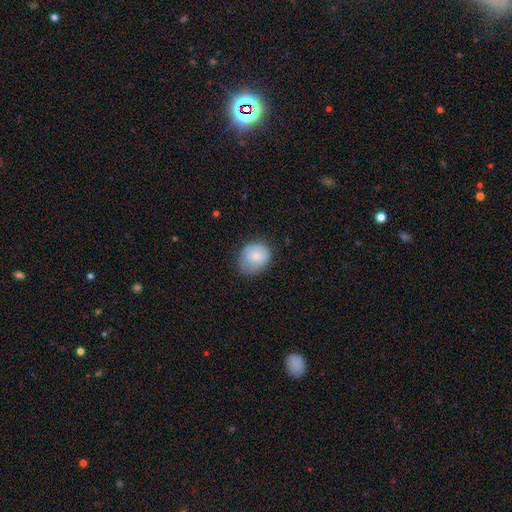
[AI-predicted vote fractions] This is likely a smooth galaxy (79%). How rounded: likely round (60%). Merging: likely none (61%).